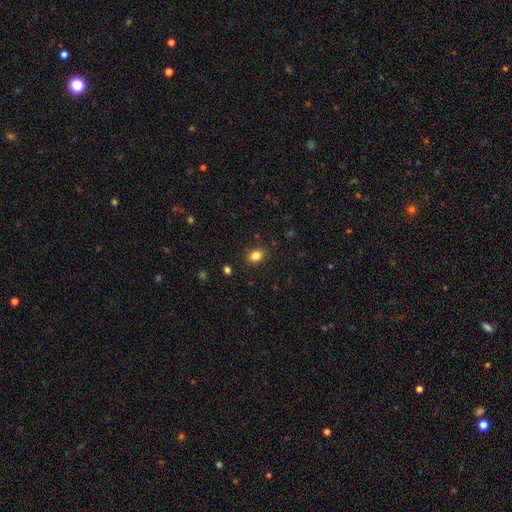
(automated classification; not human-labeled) Overall: smooth (84%). How rounded: in between (60%; round 39%). Merging: none (87%).